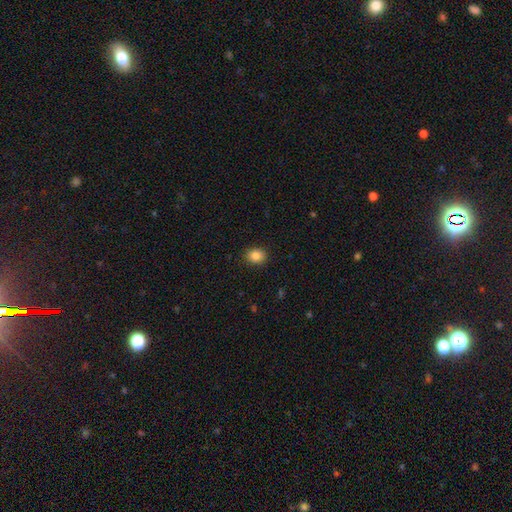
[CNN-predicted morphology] smooth 85%, star or artifact 10%, featured or disk 5%. Down the decision tree: how rounded — round (59%); merging — none (89%).